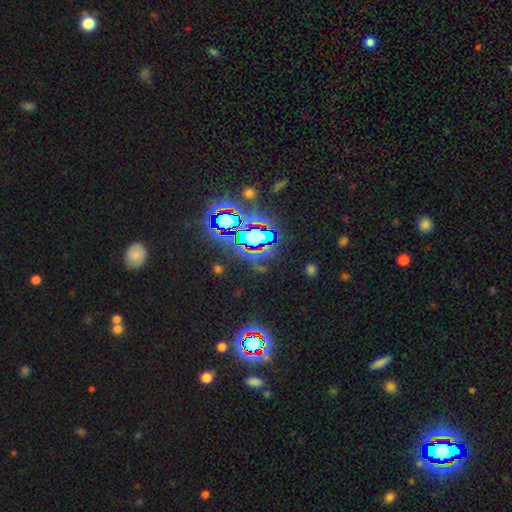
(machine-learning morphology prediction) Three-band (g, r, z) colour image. It shows a star or artifact, not a galaxy (81%).